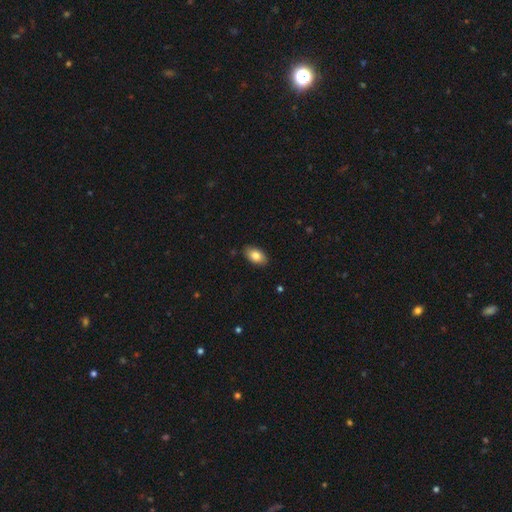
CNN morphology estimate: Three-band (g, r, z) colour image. It shows a smooth galaxy with no disk features (82%) that is in between round and cigar-shaped (93%). Merging: none (87%).